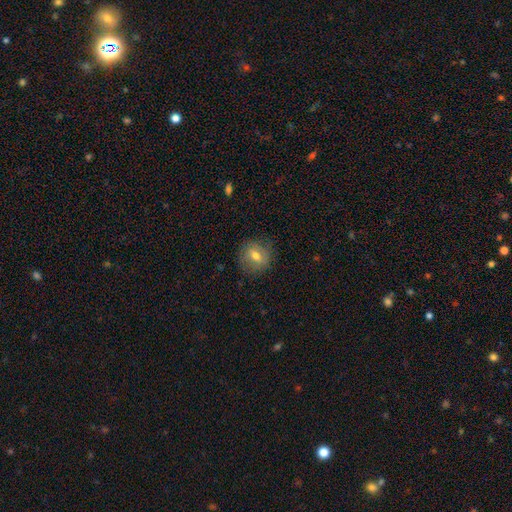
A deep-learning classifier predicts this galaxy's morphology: smooth_or_featured: smooth (p=0.63) [alt: featured or disk p=0.27]
how_rounded: round (p=0.78) [alt: in between p=0.20]
merging: none (p=0.83) [alt: minor disturbance p=0.12]